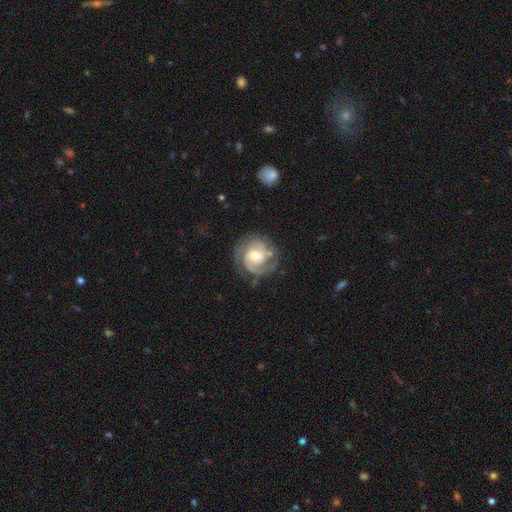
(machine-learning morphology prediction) This appears to be a featured or disk galaxy (88%) with no bar (44%, tied with weak), 2 (63%) tight (57%) spiral arms (97%) and a moderate central bulge (56%). Merging: none (74%).